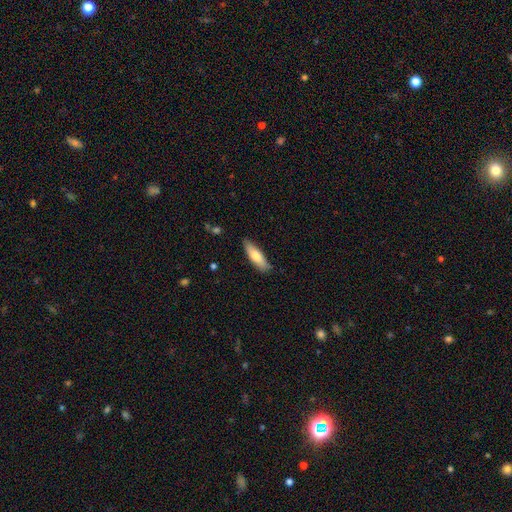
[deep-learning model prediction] The model was most divided on "how rounded": cigar-shaped: 54%, in between: 44%, round: 2%. More confident: merging — none (84%); smooth or featured — smooth (71%).